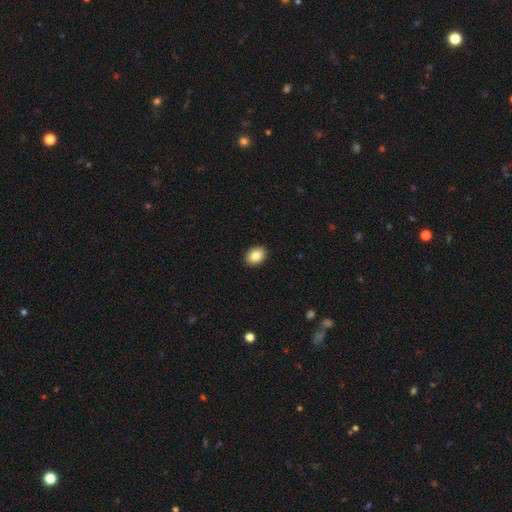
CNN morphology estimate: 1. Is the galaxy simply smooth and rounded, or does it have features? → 87% smooth, 8% star or artifact, 5% featured or disk.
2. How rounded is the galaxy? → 70% in between, 29% round, 1% cigar-shaped.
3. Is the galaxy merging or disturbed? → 91% none, 6% minor disturbance, 2% major disturbance, 1% merger.